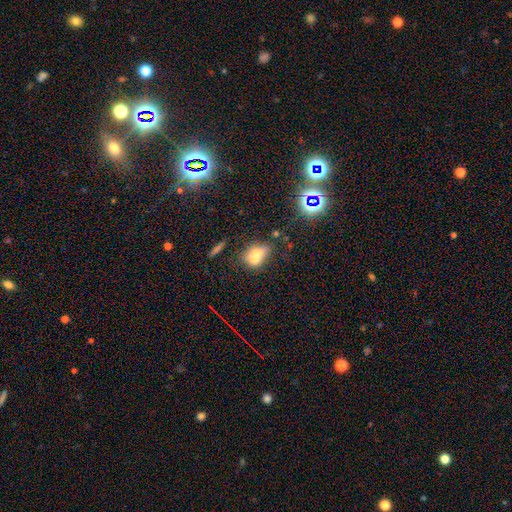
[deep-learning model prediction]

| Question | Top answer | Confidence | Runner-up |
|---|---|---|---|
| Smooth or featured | smooth | 64% | featured or disk (22%) |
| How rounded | in between | 61% | round (35%) |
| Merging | merger | 46% | none (33%) |